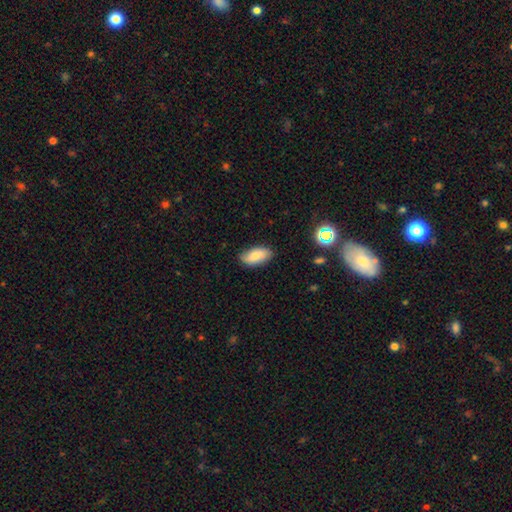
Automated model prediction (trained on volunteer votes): smooth_or_featured: smooth (p=0.69) [alt: featured or disk p=0.22]
how_rounded: in between (p=0.92) [alt: cigar-shaped p=0.05]
merging: none (p=0.80) [alt: minor disturbance p=0.16]